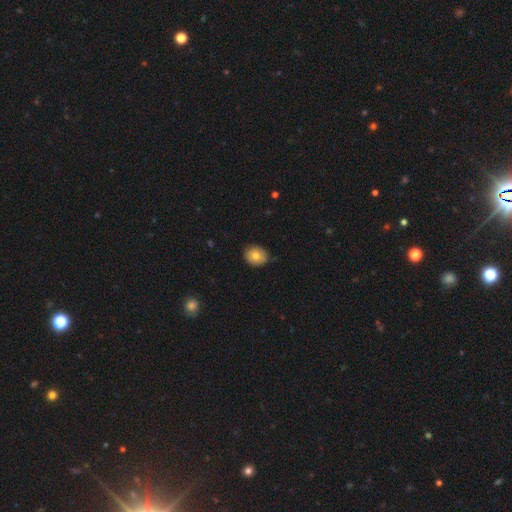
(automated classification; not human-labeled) Overall: smooth (77%). How rounded: round (71%). Merging: none (84%).